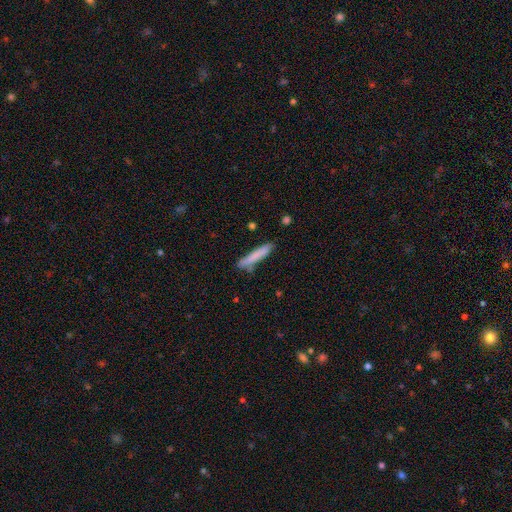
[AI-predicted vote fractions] Overall: smooth (79%). How rounded: cigar-shaped (93%). Merging: none (80%).